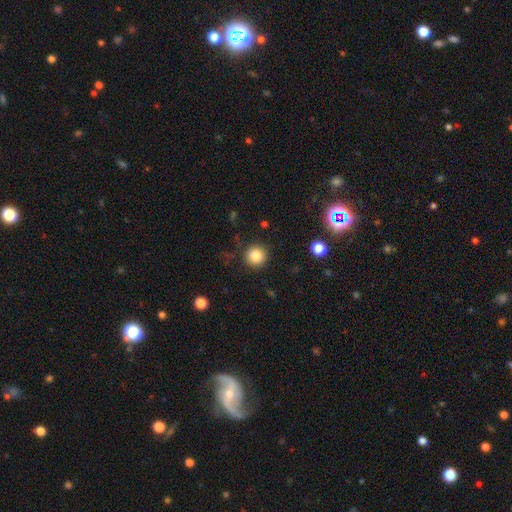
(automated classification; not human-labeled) Smooth or featured? Predicted: smooth (p=0.83). How rounded? Predicted: round (p=0.94). Merging? Predicted: none (p=0.89).